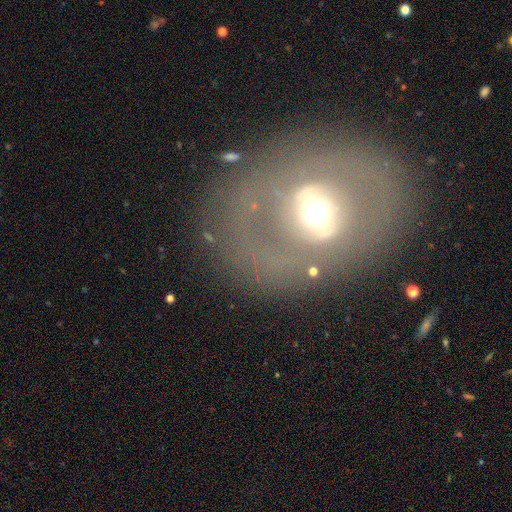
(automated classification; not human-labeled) Smooth or featured?
  - featured or disk: 61% *
  - smooth: 30%
  - star or artifact: 9%
Edge-on disk?
  - no: 94% *
  - yes: 6%
Bar?
  - no: 54% *
  - weak: 30%
  - strong: 15%
Spiral arms?
  - no: 71% *
  - yes: 29%
Bulge size?
  - moderate: 64% *
  - large: 17%
  - small: 16%
  - dominant: 3%
  - none: 1%
Merging?
  - none: 79% *
  - minor disturbance: 12%
  - major disturbance: 7%
  - merger: 2%